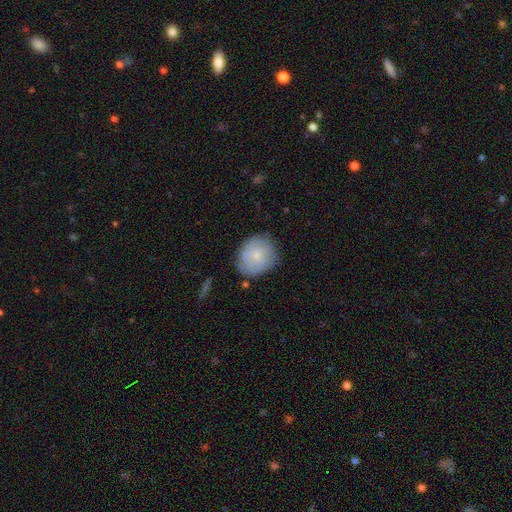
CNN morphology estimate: Q: Smooth or featured?
A: smooth (60%); runner-up: featured or disk (33%)
Q: How rounded?
A: round (81%); runner-up: in between (18%)
Q: Merging?
A: none (74%); runner-up: minor disturbance (19%)